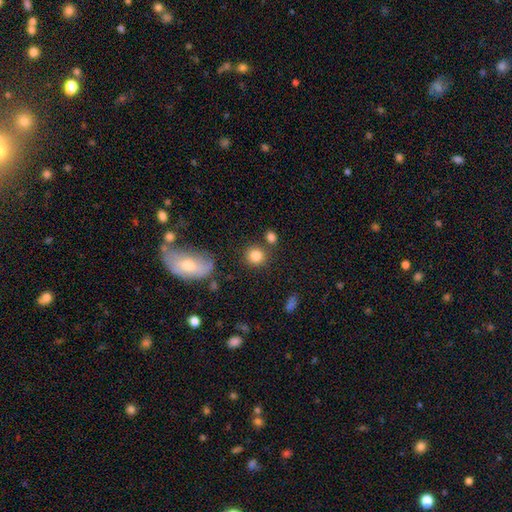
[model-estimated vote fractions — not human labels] Q: Smooth or featured?
A: smooth (83%); runner-up: star or artifact (10%)
Q: How rounded?
A: round (88%); runner-up: in between (11%)
Q: Merging?
A: none (76%); runner-up: merger (10%)